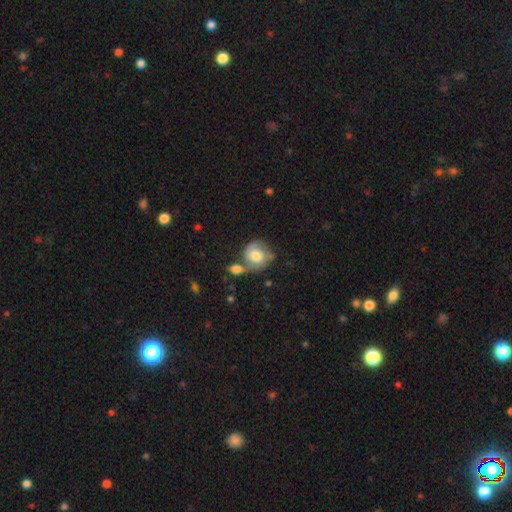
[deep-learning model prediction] Q: Smooth or featured?
A: featured or disk (48%); runner-up: smooth (45%)
Q: Merging?
A: none (41%); runner-up: merger (33%)